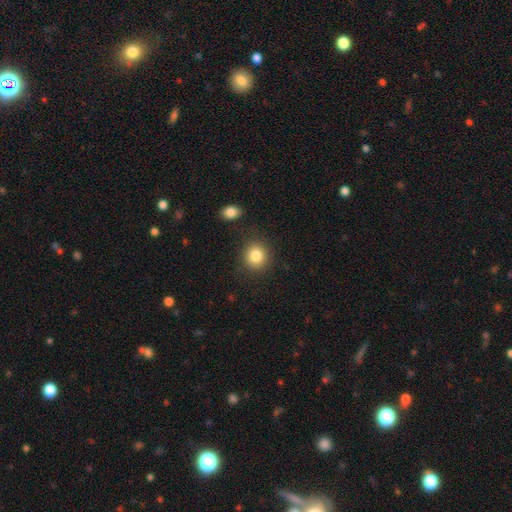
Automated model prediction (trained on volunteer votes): This appears to be a smooth galaxy with no disk features (84%) that is round (82%). Merging: none (86%).